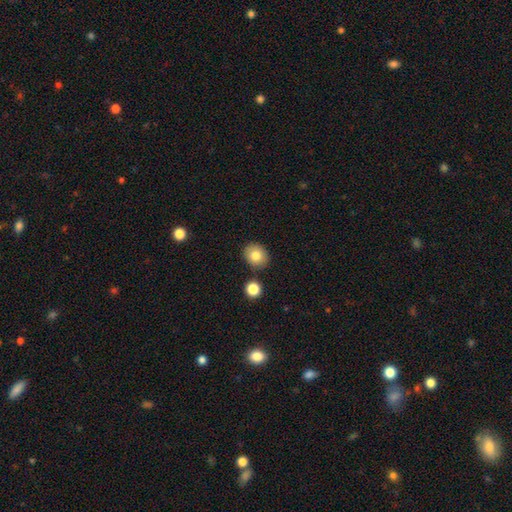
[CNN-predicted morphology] Smooth or featured? smooth (81%)
How rounded? round (64%)
Merging? none (83%)